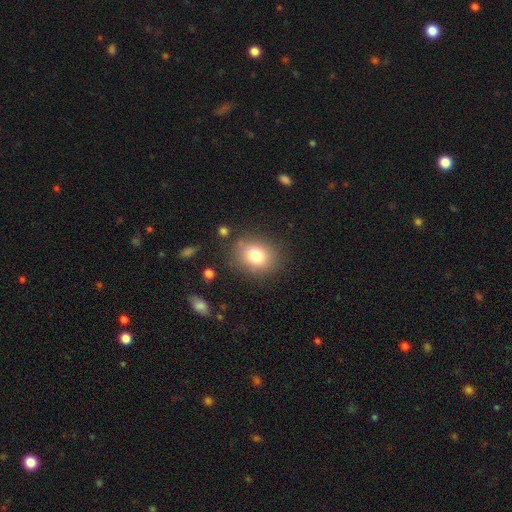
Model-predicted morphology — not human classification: This is likely a smooth galaxy (78%). How rounded: possibly round (59%). Merging: clearly none (80%).